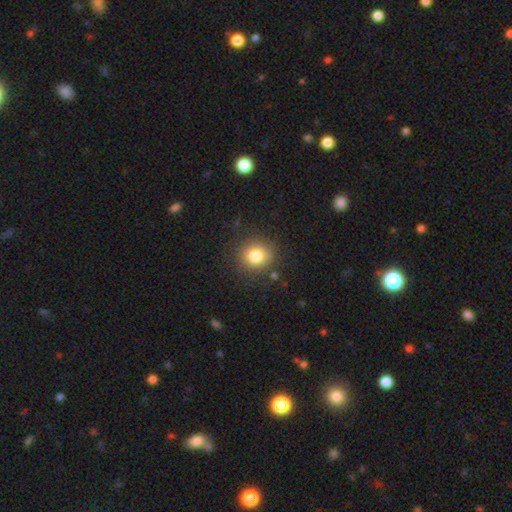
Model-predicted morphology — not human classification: Smooth or featured?
  - smooth: 80% *
  - star or artifact: 12%
  - featured or disk: 8%
How rounded?
  - round: 86% *
  - in between: 13%
  - cigar-shaped: 1%
Merging?
  - none: 83% *
  - minor disturbance: 11%
  - major disturbance: 4%
  - merger: 2%